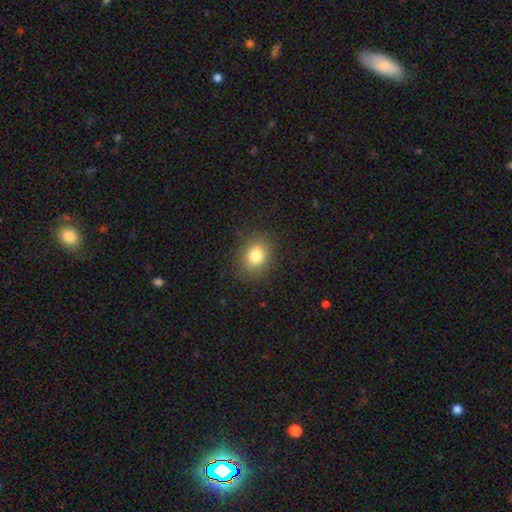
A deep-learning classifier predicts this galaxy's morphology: Smooth or featured?
  - smooth: 81% *
  - star or artifact: 11%
  - featured or disk: 8%
How rounded?
  - round: 63% *
  - in between: 36%
  - cigar-shaped: 1%
Merging?
  - none: 87% *
  - minor disturbance: 9%
  - major disturbance: 3%
  - merger: 1%